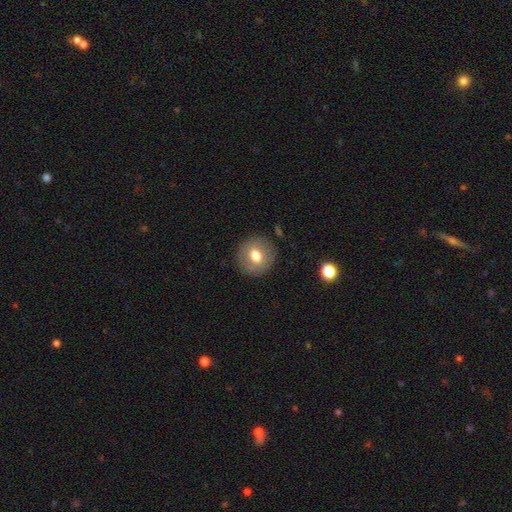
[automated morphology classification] A smooth galaxy with no disk features (68%) that is round (87%). Merging: none (87%).